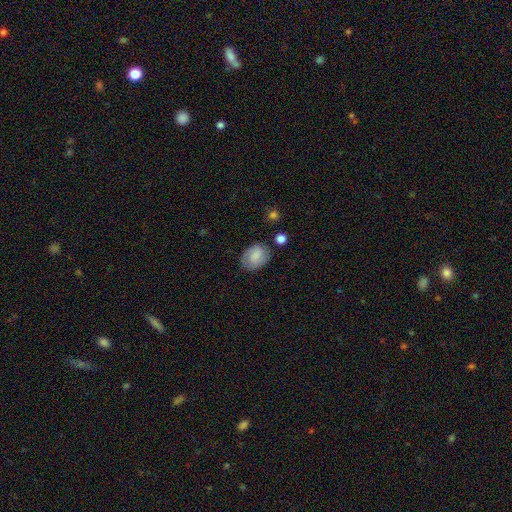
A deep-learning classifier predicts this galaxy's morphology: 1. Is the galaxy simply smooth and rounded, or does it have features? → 80% smooth, 13% featured or disk, 7% star or artifact.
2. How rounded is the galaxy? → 69% in between, 29% round, 1% cigar-shaped.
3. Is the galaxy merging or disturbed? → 76% none, 17% minor disturbance, 4% major disturbance, 3% merger.